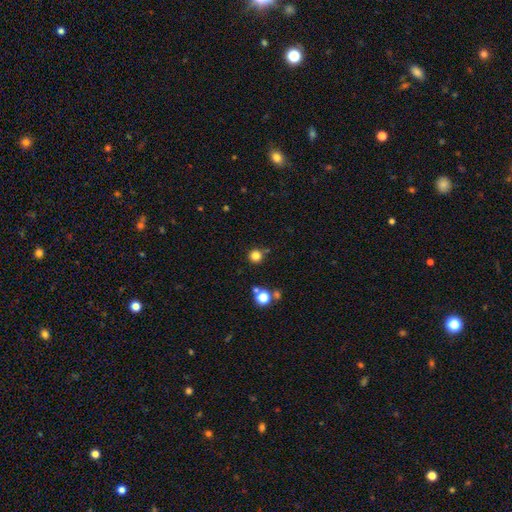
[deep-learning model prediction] This is clearly a smooth galaxy (81%). How rounded: clearly round (95%). Merging: clearly none (83%).